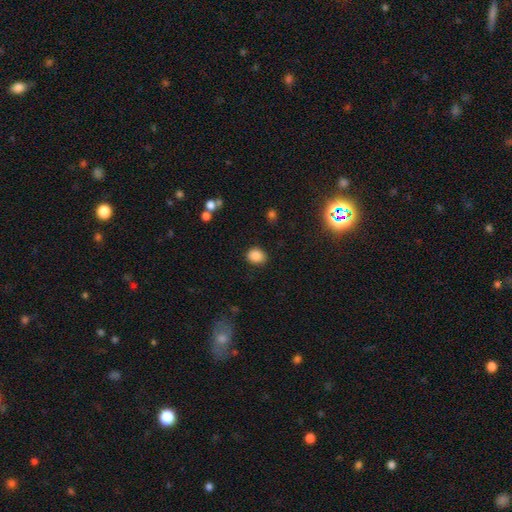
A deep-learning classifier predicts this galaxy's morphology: This is clearly a smooth galaxy (86%). How rounded: possibly round (52%). Merging: clearly none (85%).